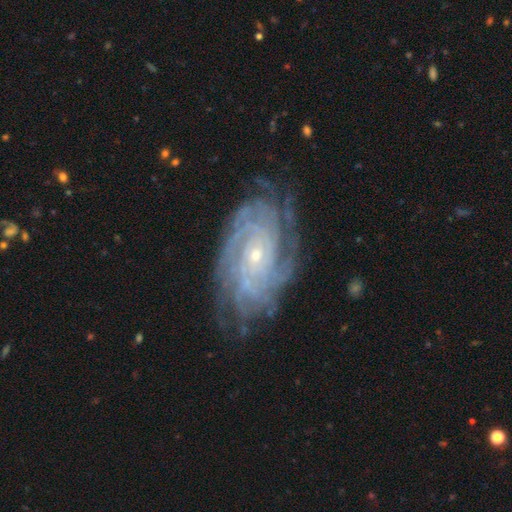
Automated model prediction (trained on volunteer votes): This is clearly a featured or disk galaxy (90%). It is clearly not viewed edge-on (96%). Bar: likely no (72%). Spiral arm pattern: clearly yes (98%). Spiral arm count: marginally can't tell (24%). Spiral winding: clearly tight (81%). Central bulge: clearly small (80%). Merging: likely none (78%).